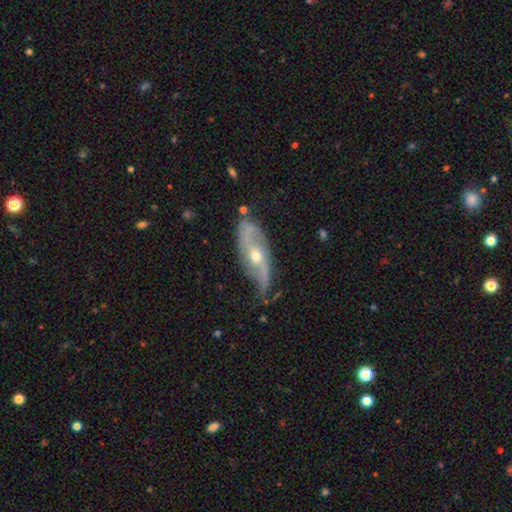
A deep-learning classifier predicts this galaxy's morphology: smooth-or-featured: featured or disk: 81% | smooth: 13% | star or artifact: 6%
  disk-edge-on: no: 83% | yes: 17%
    bar: no: 59% | weak: 26% | strong: 14%
    has-spiral-arms: yes: 88% | no: 12%
      spiral-winding: loose: 49% | medium: 32% | tight: 18%
      spiral-arm-count: 2: 82% | can't tell: 10% | 1: 4% | 3: 2% | 4: 1% | more than 4: 1%
    bulge-size: moderate: 59% | small: 38% | large: 2% | none: 1% | dominant: 1%
  merging: none: 59% | minor disturbance: 29% | major disturbance: 9% | merger: 2%